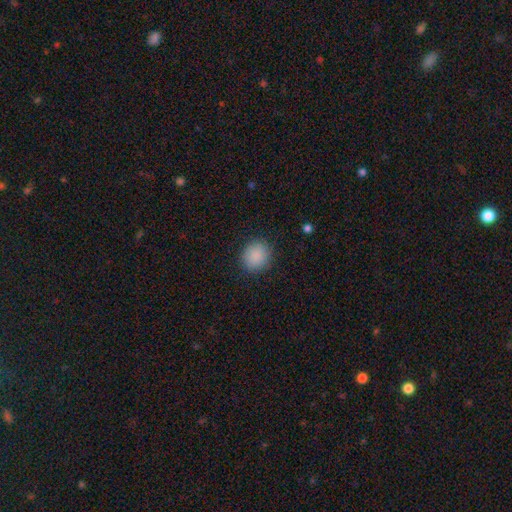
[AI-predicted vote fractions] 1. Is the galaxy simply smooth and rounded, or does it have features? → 88% smooth, 9% star or artifact, 3% featured or disk.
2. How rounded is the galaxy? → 84% round, 15% in between, 1% cigar-shaped.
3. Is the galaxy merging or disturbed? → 89% none, 7% minor disturbance, 3% major disturbance, 1% merger.